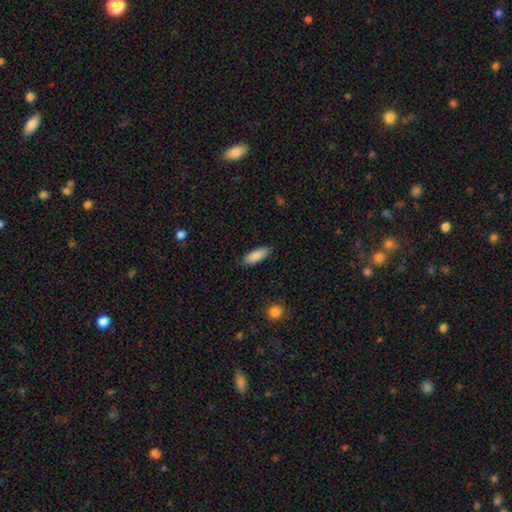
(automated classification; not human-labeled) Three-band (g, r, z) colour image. It shows a smooth galaxy with no disk features (86%) that is in between round and cigar-shaped (72%). Merging: none (86%).